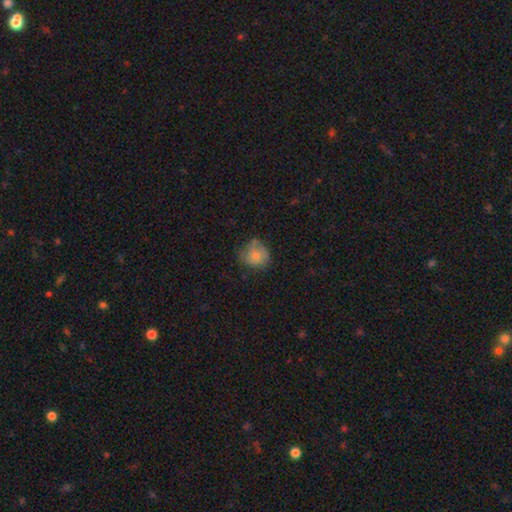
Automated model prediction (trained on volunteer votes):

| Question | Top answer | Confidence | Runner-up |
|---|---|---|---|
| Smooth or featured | smooth | 66% | featured or disk (24%) |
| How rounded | round | 75% | in between (24%) |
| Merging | none | 53% | minor disturbance (33%) |